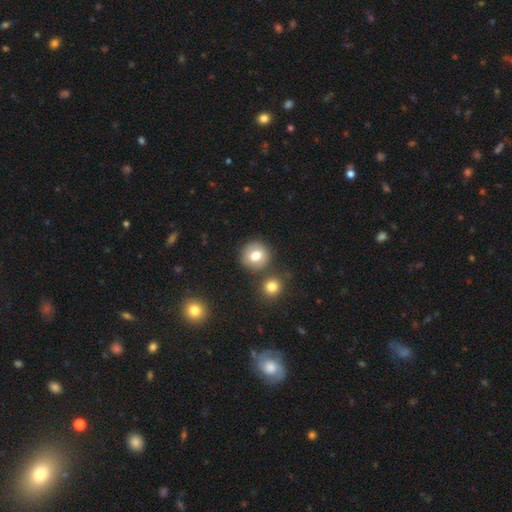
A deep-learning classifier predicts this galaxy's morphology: Q: Smooth or featured?
A: smooth (76%); runner-up: featured or disk (14%)
Q: How rounded?
A: round (90%); runner-up: in between (9%)
Q: Merging?
A: none (77%); runner-up: merger (11%)